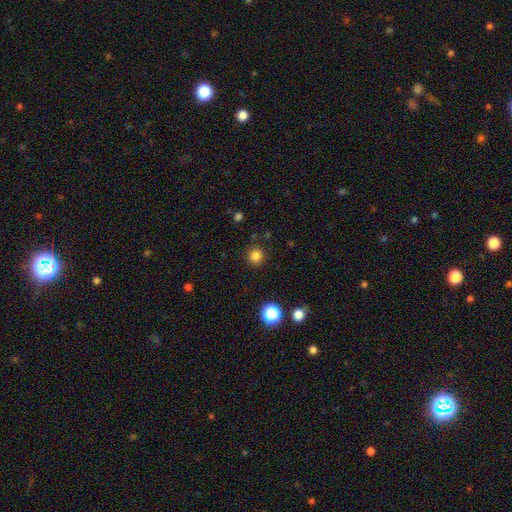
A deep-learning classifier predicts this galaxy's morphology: type=smooth (82%); roundness=round (93%); merging=none (89%).